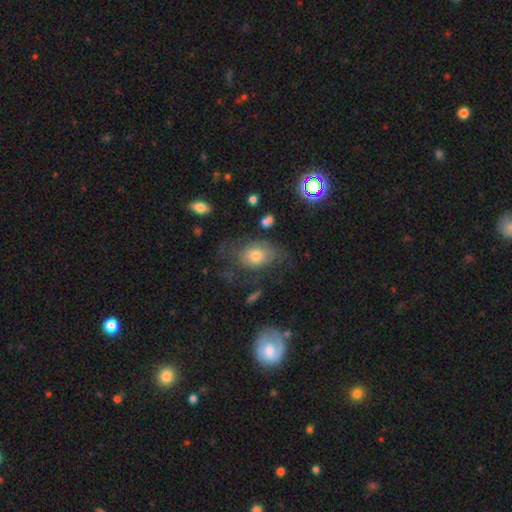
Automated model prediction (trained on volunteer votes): smooth_or_featured: featured or disk (p=0.52) [alt: smooth p=0.38]
disk_edge_on: no (p=0.95) [alt: yes p=0.05]
merging: none (p=0.50) [alt: major disturbance p=0.26]